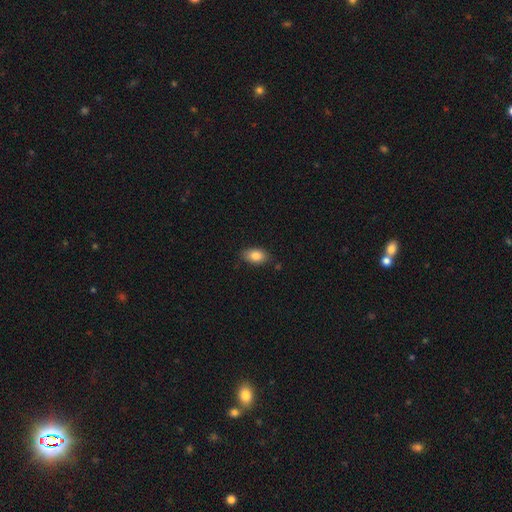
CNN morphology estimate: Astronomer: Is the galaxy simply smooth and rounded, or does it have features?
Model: smooth — 84%.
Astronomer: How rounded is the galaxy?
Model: in between — 89%.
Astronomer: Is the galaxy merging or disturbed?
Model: none — 82%.